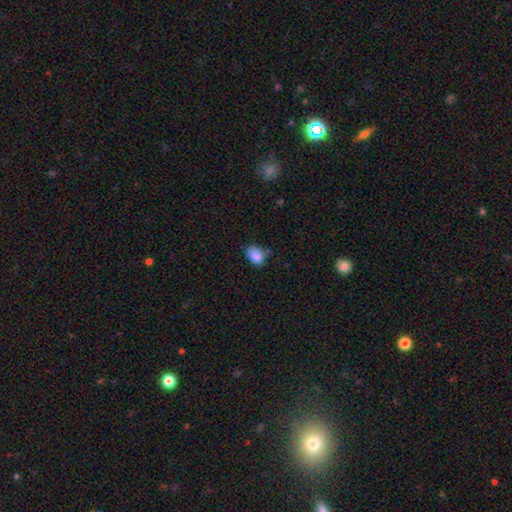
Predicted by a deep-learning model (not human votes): Smooth or featured? smooth (87%)
How rounded? in between (81%)
Merging? none (59%)